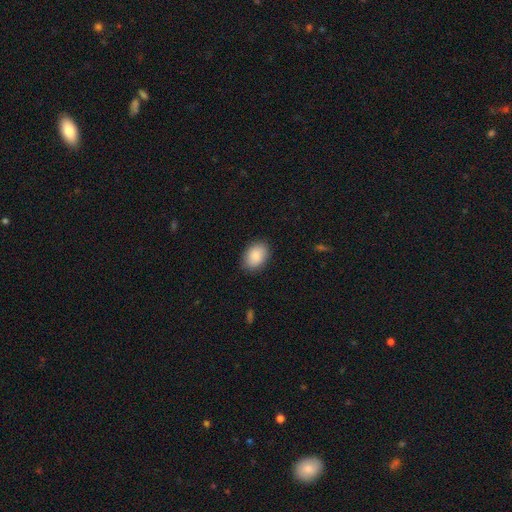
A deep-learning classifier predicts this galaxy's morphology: smooth_or_featured: smooth (p=0.88) [alt: star or artifact p=0.07]
how_rounded: in between (p=0.80) [alt: round p=0.19]
merging: none (p=0.86) [alt: minor disturbance p=0.10]